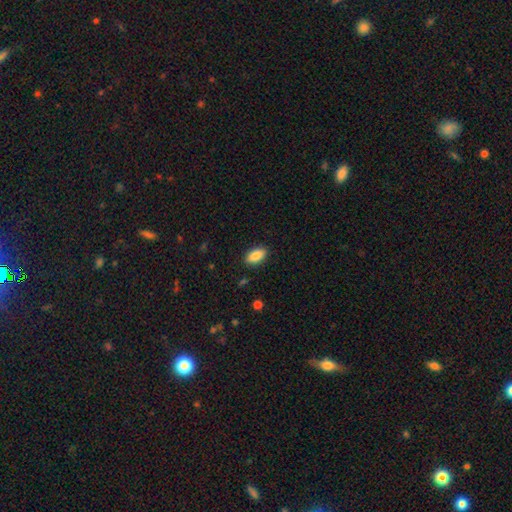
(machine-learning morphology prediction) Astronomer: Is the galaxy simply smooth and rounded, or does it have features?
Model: smooth — 87%.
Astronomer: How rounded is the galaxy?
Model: in between — 91%.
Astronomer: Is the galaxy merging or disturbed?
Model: none — 89%.